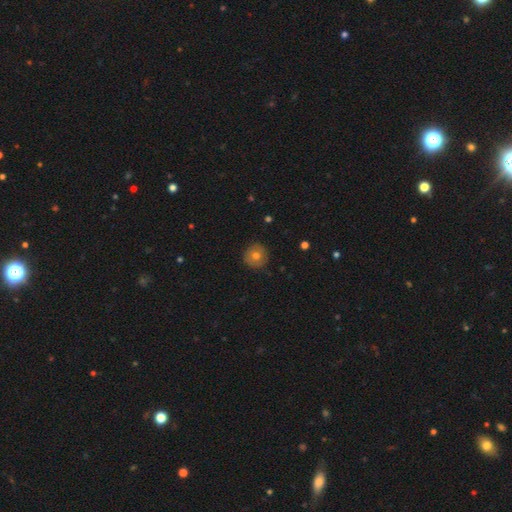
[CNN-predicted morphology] Overall: smooth (69%). How rounded: round (93%). Merging: none (88%).